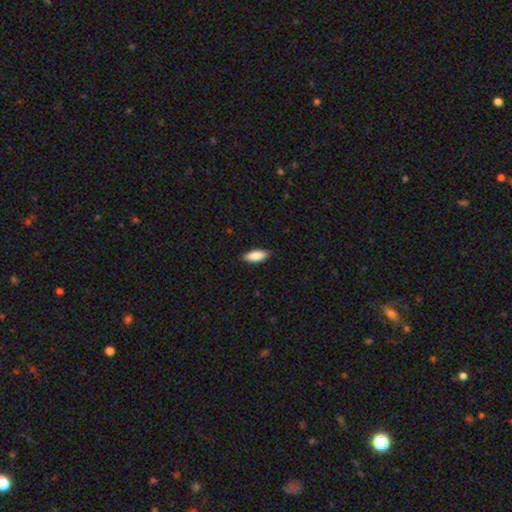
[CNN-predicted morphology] A smooth galaxy with no disk features (89%) that is in between round and cigar-shaped (84%).

Vote fractions:
- Smooth or featured? smooth: 89% / star or artifact: 6% / featured or disk: 6%
- How rounded? in between: 84% / cigar-shaped: 15% / round: 2%
- Merging? none: 88% / minor disturbance: 9% / major disturbance: 2% / merger: 1%